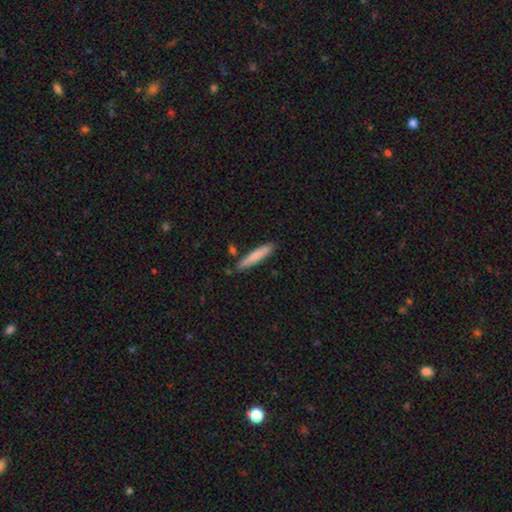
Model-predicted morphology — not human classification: Smooth or featured? smooth (77%)
How rounded? cigar-shaped (92%)
Merging? none (83%)